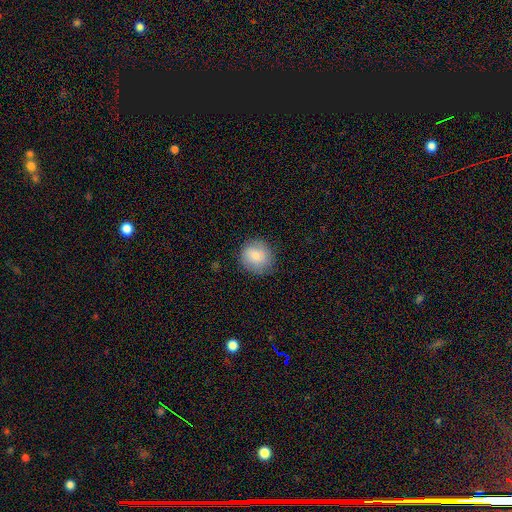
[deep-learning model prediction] This is likely a smooth galaxy (79%). How rounded: clearly round (90%). Merging: clearly none (86%).